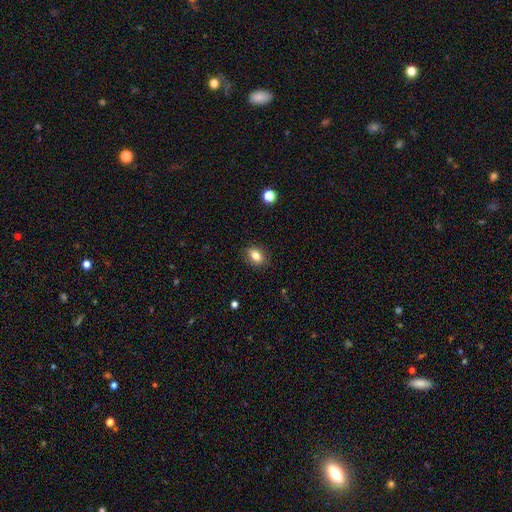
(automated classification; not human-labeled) Smooth or featured: smooth — 81% (star or artifact — 10%)
How rounded: in between — 72% (round — 26%)
Merging: none — 87% (minor disturbance — 10%)